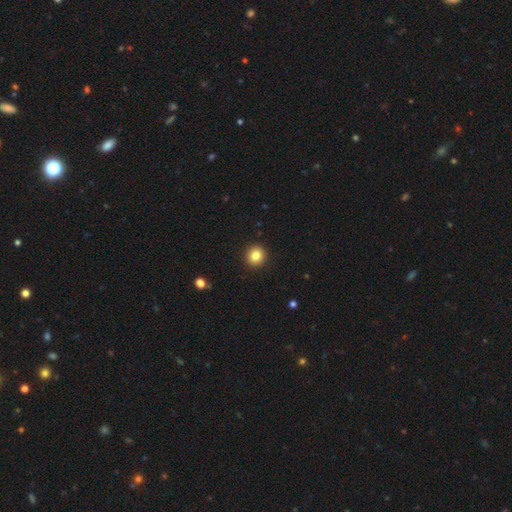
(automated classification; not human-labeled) A smooth galaxy with no disk features (84%) that is round (91%). Merging: none (93%).